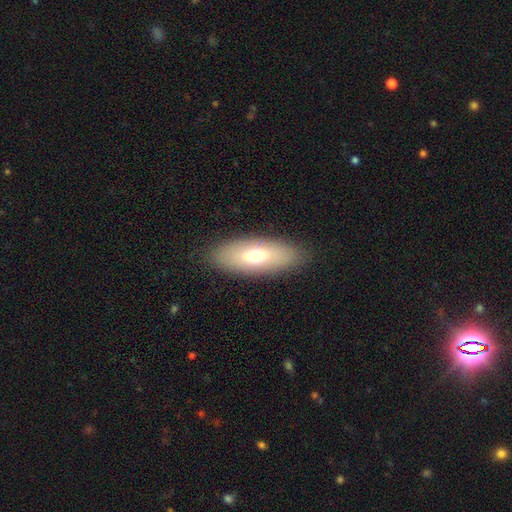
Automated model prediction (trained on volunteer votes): Smooth or featured: smooth — 65% (featured or disk — 28%)
How rounded: in between — 75% (cigar-shaped — 22%)
Merging: none — 87% (minor disturbance — 9%)